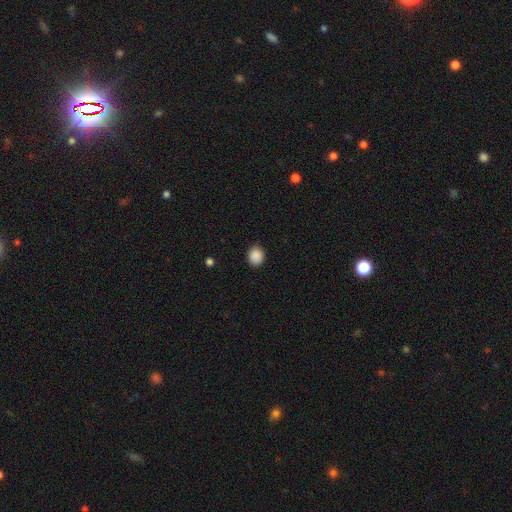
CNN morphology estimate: This appears to be a smooth galaxy with no disk features (89%) that is round (71%). Merging: none (86%).